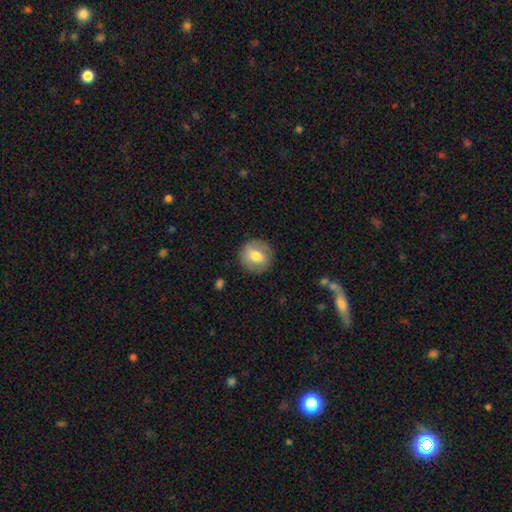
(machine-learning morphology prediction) smooth_or_featured: smooth (p=0.62) [alt: featured or disk p=0.31]
how_rounded: round (p=0.89) [alt: in between p=0.10]
merging: none (p=0.85) [alt: minor disturbance p=0.10]